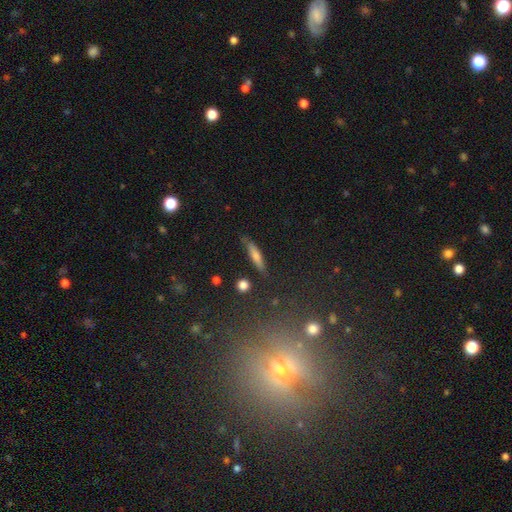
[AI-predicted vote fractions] Smooth or featured: smooth — 56% (featured or disk — 33%)
How rounded: cigar-shaped — 83% (in between — 13%)
Merging: none — 82% (minor disturbance — 13%)